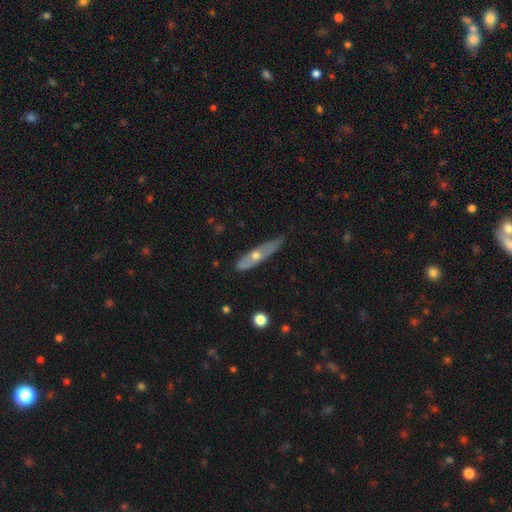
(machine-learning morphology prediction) Overall: featured or disk (54%; smooth 39%). Edge-on disk: yes (66%; no 34%). Merging: none (69%).